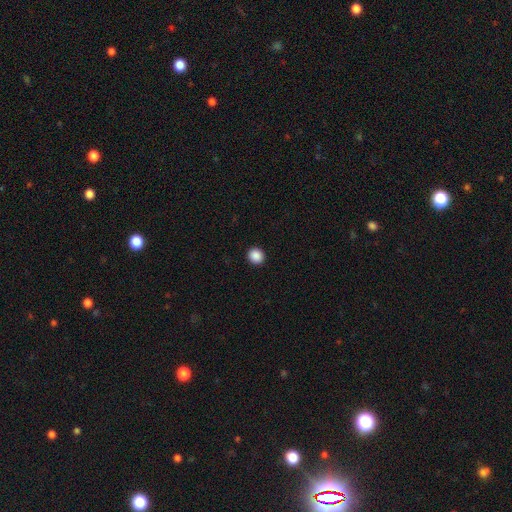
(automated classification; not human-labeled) A smooth galaxy with no disk features (89%) that is round (87%). Merging: none (93%).